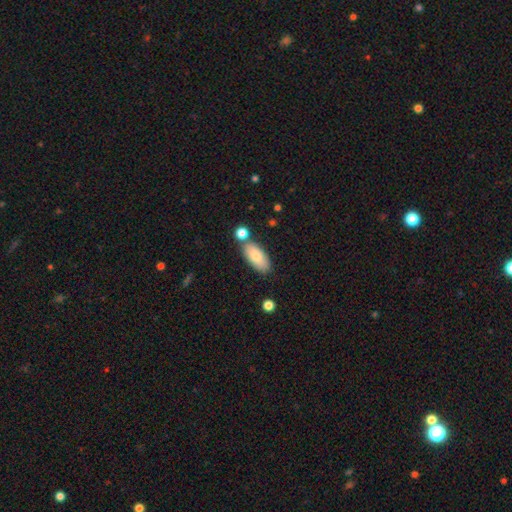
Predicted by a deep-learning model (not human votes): A smooth galaxy with no disk features (80%) that is in between round and cigar-shaped (87%).

Vote fractions:
- Smooth or featured? smooth: 80% / featured or disk: 14% / star or artifact: 7%
- How rounded? in between: 87% / cigar-shaped: 11% / round: 3%
- Merging? none: 73% / minor disturbance: 13% / merger: 11% / major disturbance: 3%